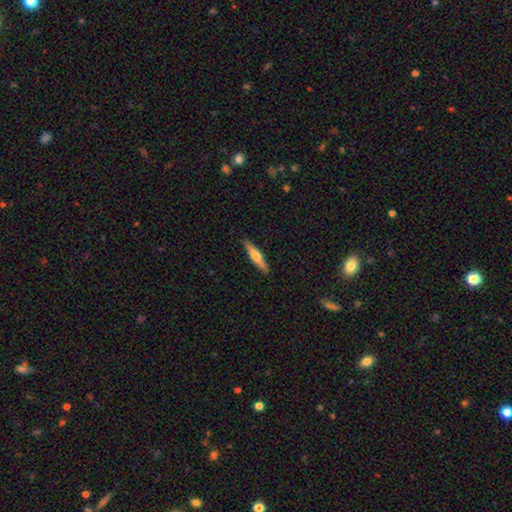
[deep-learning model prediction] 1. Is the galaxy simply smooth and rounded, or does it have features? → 49% featured or disk, 45% smooth, 6% star or artifact.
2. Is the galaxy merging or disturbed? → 90% none, 7% minor disturbance, 2% major disturbance, 1% merger.